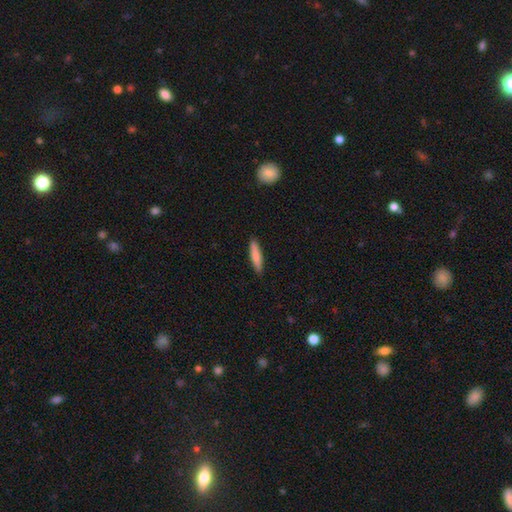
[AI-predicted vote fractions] This appears to be a smooth galaxy with no disk features (79%) that is cigar-shaped (84%). Merging: none (89%).